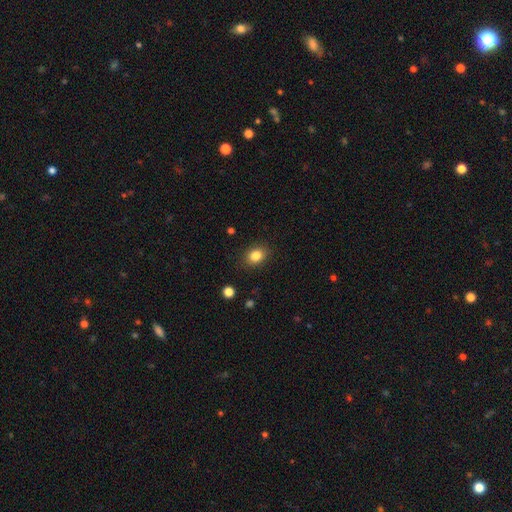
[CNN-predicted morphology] A smooth galaxy with no disk features (84%) that is in between round and cigar-shaped (56%). Merging: none (87%).